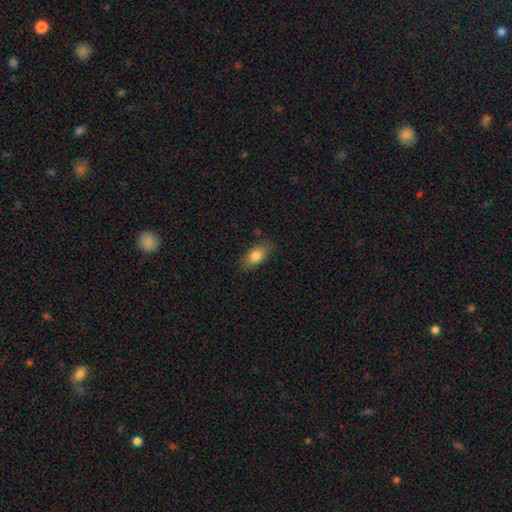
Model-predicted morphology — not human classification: smooth_or_featured: smooth (p=0.81) [alt: featured or disk p=0.12]
how_rounded: in between (p=0.86) [alt: cigar-shaped p=0.08]
merging: none (p=0.80) [alt: minor disturbance p=0.15]